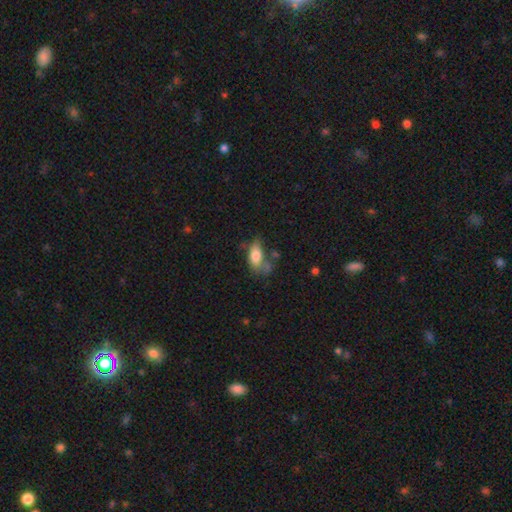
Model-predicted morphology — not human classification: smooth_or_featured: smooth (p=0.75) [alt: featured or disk p=0.16]
how_rounded: in between (p=0.87) [alt: cigar-shaped p=0.09]
merging: none (p=0.39) [alt: minor disturbance p=0.27]